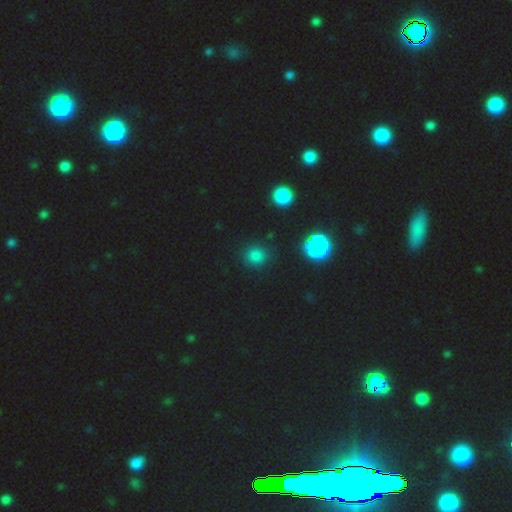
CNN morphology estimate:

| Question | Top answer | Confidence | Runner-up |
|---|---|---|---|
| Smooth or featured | smooth | 72% | star or artifact (23%) |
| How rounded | round | 85% | in between (13%) |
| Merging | none | 87% | minor disturbance (7%) |